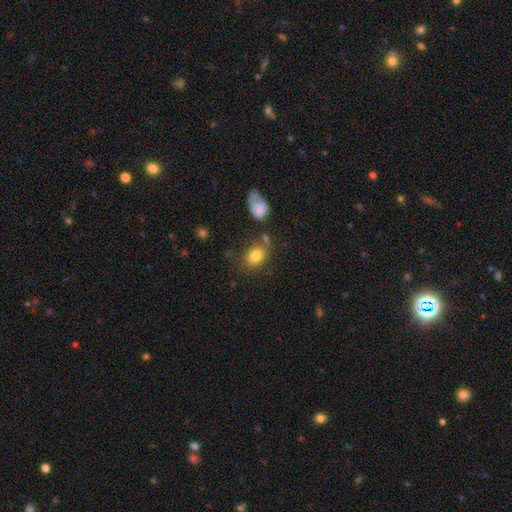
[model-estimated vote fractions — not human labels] Overall: smooth (80%). How rounded: in between (68%; round 31%). Merging: none (63%).